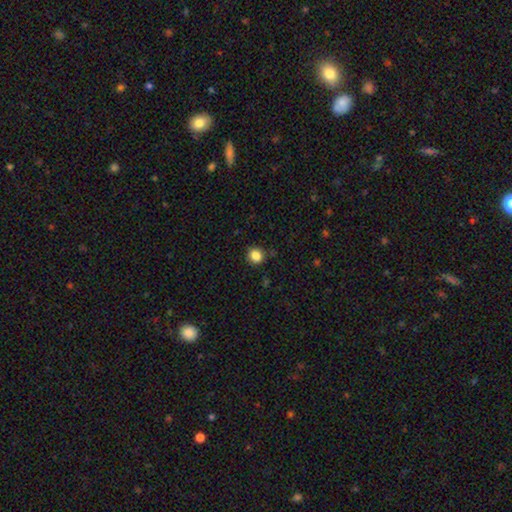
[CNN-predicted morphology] Smooth or featured: smooth — 85% (star or artifact — 11%)
How rounded: round — 86% (in between — 13%)
Merging: none — 88% (minor disturbance — 8%)